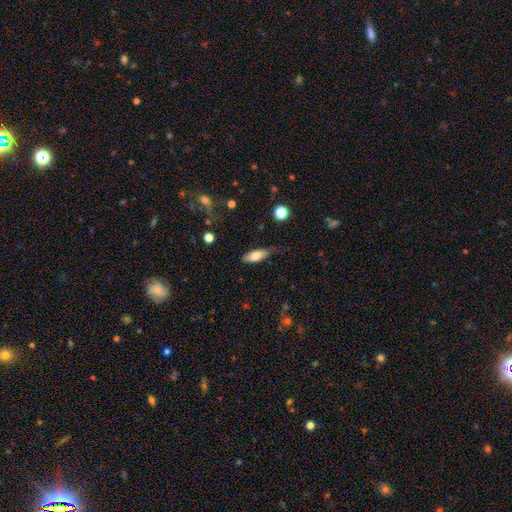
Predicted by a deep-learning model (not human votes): A smooth galaxy with no disk features (76%) that is in between round and cigar-shaped (69%). Merging: none (54%).